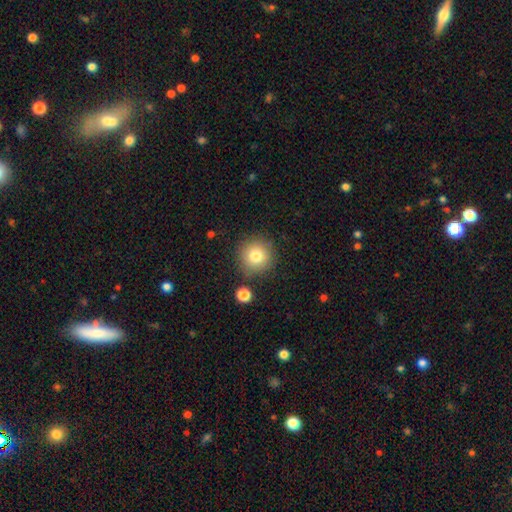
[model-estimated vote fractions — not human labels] The model was most divided on "smooth or featured": smooth: 81%, star or artifact: 11%, featured or disk: 9%. More confident: how rounded — round (94%); merging — none (83%).